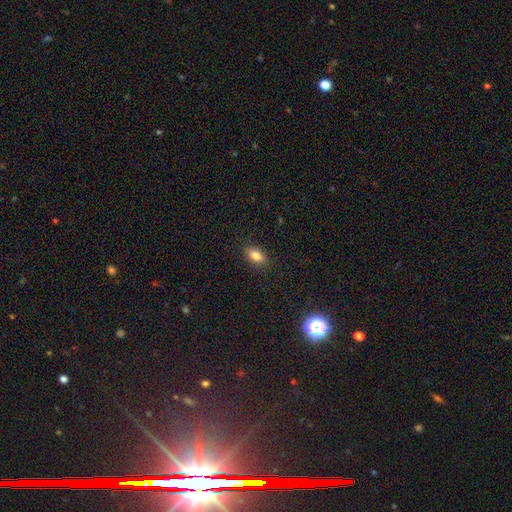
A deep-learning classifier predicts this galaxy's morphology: smooth 84%, star or artifact 9%, featured or disk 7%. Down the decision tree: how rounded — in between (88%); merging — none (88%).